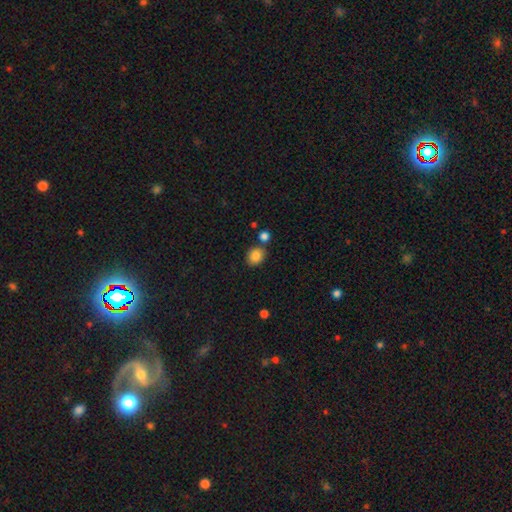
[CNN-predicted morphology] smooth-or-featured: smooth: 85% | star or artifact: 10% | featured or disk: 5%
  how-rounded: round: 64% | in between: 35% | cigar-shaped: 1%
  merging: none: 74% | merger: 13% | minor disturbance: 11% | major disturbance: 3%